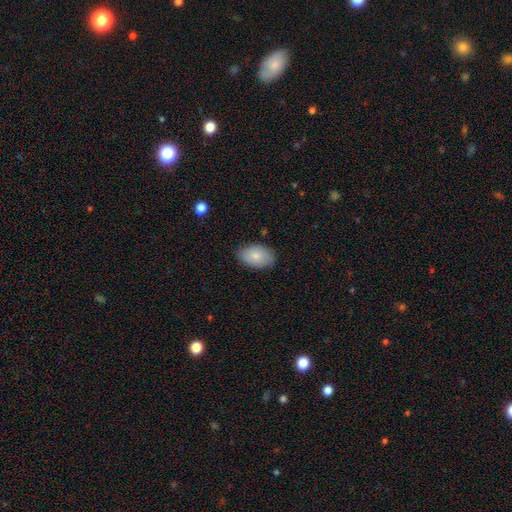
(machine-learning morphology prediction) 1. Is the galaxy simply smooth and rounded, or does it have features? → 82% smooth, 12% featured or disk, 6% star or artifact.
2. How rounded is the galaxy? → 91% in between, 8% round, 1% cigar-shaped.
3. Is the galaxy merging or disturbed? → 83% none, 14% minor disturbance, 3% major disturbance, 1% merger.